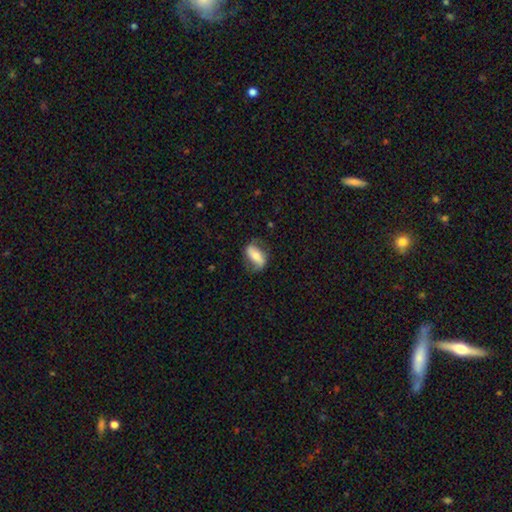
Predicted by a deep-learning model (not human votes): Smooth or featured? smooth (48%)
Merging? none (69%)